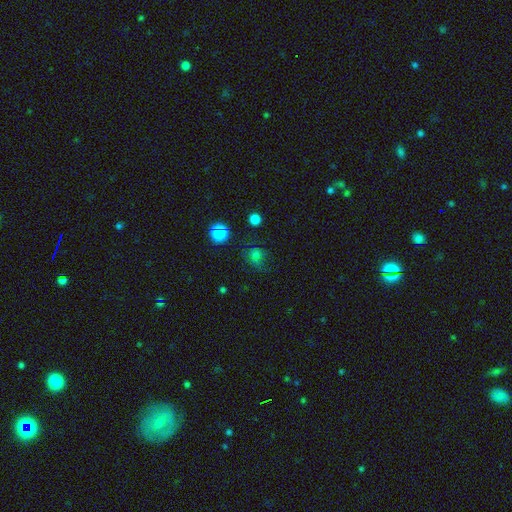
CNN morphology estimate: The model was most divided on "merging": none: 57%, minor disturbance: 22%, major disturbance: 16%, merger: 4%. More confident: how rounded — round (75%); smooth or featured — smooth (62%).